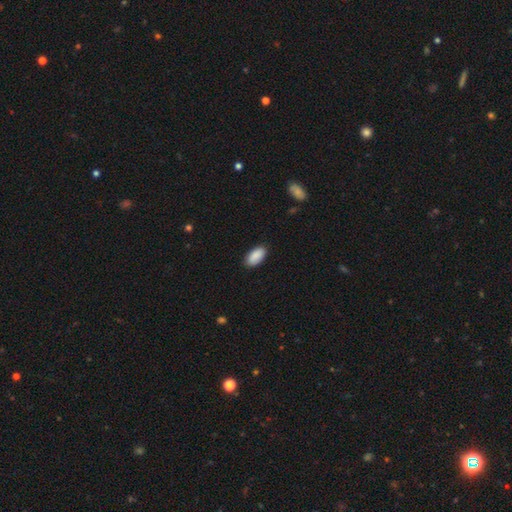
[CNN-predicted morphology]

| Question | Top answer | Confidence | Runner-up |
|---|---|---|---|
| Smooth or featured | smooth | 90% | star or artifact (6%) |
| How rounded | in between | 94% | cigar-shaped (4%) |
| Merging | none | 87% | minor disturbance (10%) |